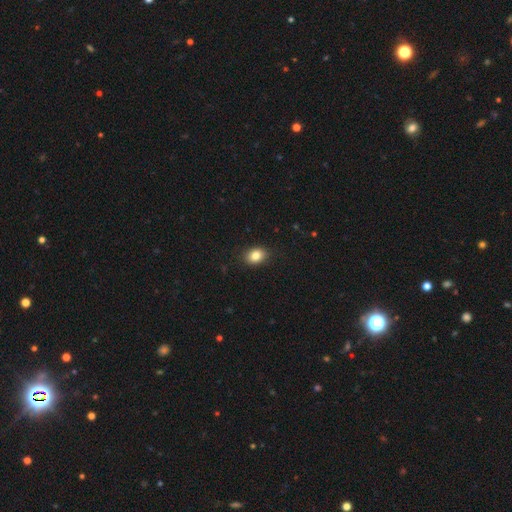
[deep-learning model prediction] Smooth or featured: smooth — 83% (star or artifact — 10%)
How rounded: in between — 69% (round — 30%)
Merging: none — 87% (minor disturbance — 10%)